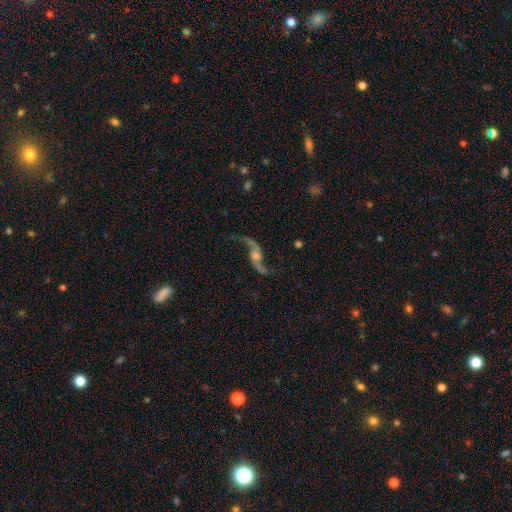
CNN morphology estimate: Smooth or featured?
  - featured or disk: 89% *
  - star or artifact: 7%
  - smooth: 5%
Edge-on disk?
  - no: 93% *
  - yes: 7%
Bar?
  - no: 56% *
  - weak: 31%
  - strong: 14%
Spiral arms?
  - yes: 97% *
  - no: 3%
Spiral winding?
  - loose: 92% *
  - medium: 6%
  - tight: 2%
Spiral arm count?
  - 2: 94% *
  - 1: 2%
  - can't tell: 1%
  - 3: 1%
  - 4: 1%
  - more than 4: 1%
Bulge size?
  - moderate: 47% *
  - small: 37%
  - none: 7%
  - large: 7%
  - dominant: 2%
Merging?
  - none: 76% *
  - minor disturbance: 13%
  - major disturbance: 9%
  - merger: 3%